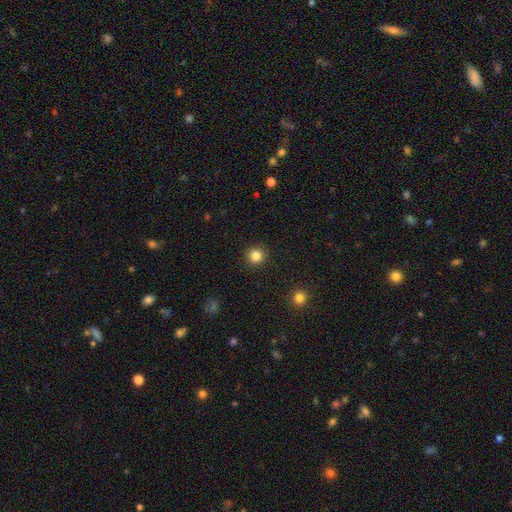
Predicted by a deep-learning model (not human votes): The model was most divided on "smooth or featured": smooth: 84%, star or artifact: 12%, featured or disk: 4%. More confident: how rounded — round (94%); merging — none (92%).